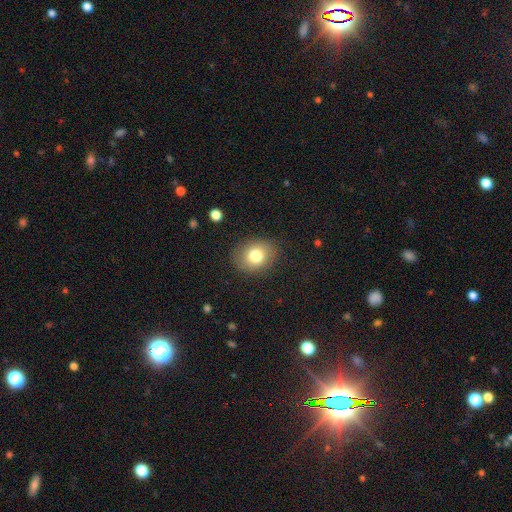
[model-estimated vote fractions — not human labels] Q: Smooth or featured?
A: smooth (77%); runner-up: featured or disk (13%)
Q: How rounded?
A: in between (51%); runner-up: round (48%)
Q: Merging?
A: none (84%); runner-up: minor disturbance (11%)